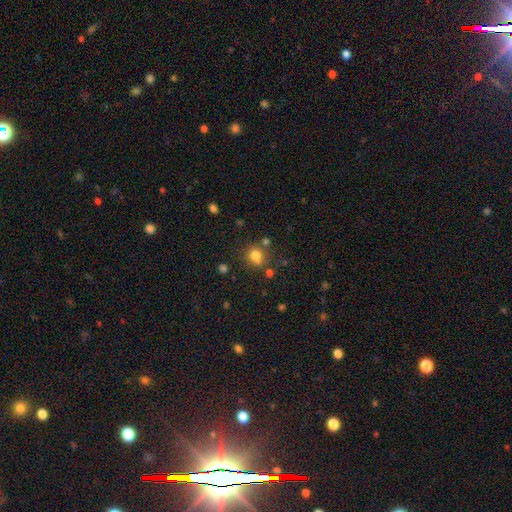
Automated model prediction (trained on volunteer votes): Smooth or featured?
  - smooth: 79% *
  - star or artifact: 13%
  - featured or disk: 8%
How rounded?
  - round: 61% *
  - in between: 37%
  - cigar-shaped: 1%
Merging?
  - none: 70% *
  - minor disturbance: 16%
  - merger: 10%
  - major disturbance: 5%